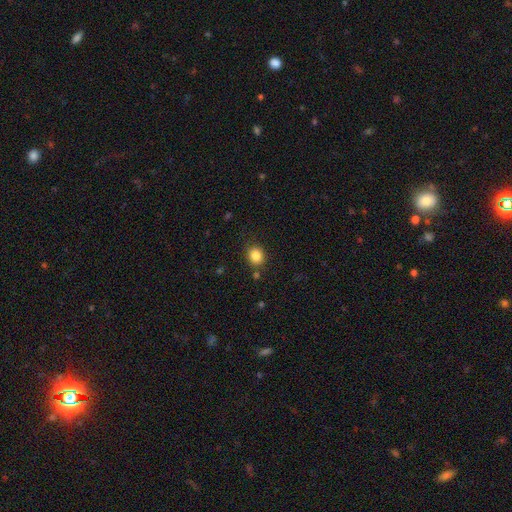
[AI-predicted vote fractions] Smooth or featured? smooth (84%)
How rounded? round (76%)
Merging? none (83%)